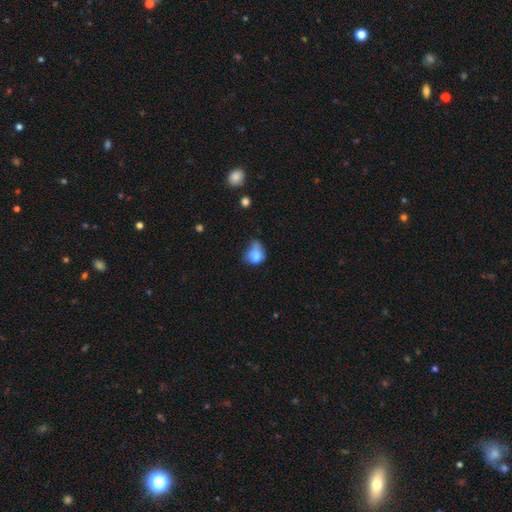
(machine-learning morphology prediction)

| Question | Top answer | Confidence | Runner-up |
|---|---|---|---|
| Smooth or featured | smooth | 74% | featured or disk (15%) |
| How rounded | in between | 52% | round (46%) |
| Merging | minor disturbance | 37% | none (26%) |